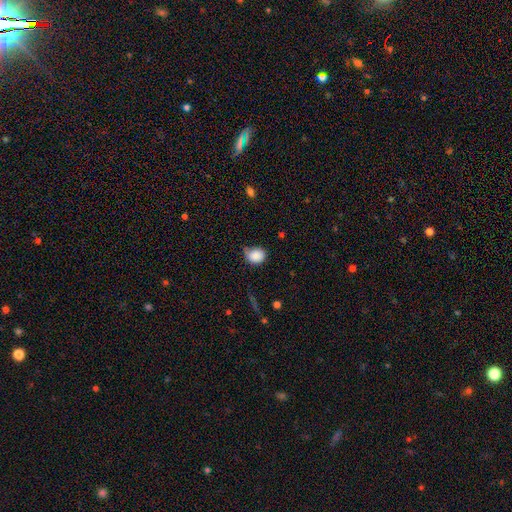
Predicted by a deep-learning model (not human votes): smooth_or_featured: smooth (p=0.86) [alt: star or artifact p=0.08]
how_rounded: round (p=0.61) [alt: in between p=0.38]
merging: none (p=0.49) [alt: minor disturbance p=0.37]